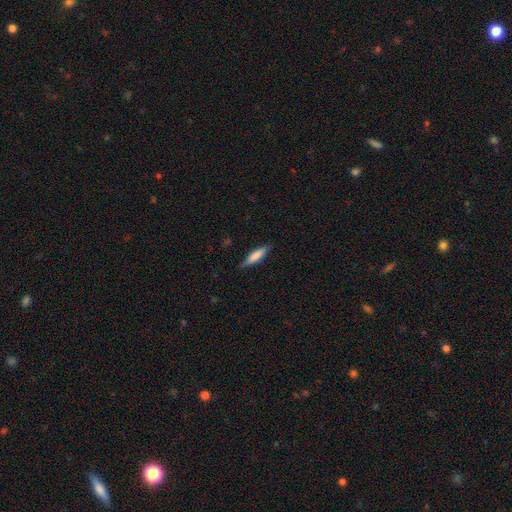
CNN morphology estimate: smooth-or-featured: smooth: 75% | featured or disk: 19% | star or artifact: 6%
  how-rounded: cigar-shaped: 72% | in between: 27% | round: 2%
  merging: none: 84% | minor disturbance: 13% | major disturbance: 2% | merger: 1%